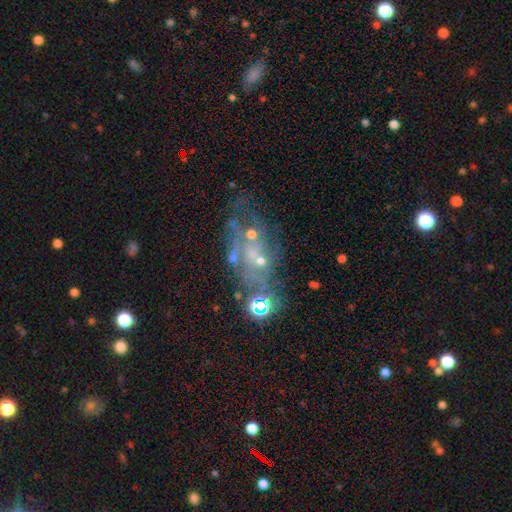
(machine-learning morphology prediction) smooth-or-featured: featured or disk: 60% | star or artifact: 22% | smooth: 18%
  disk-edge-on: no: 94% | yes: 6%
    bar: no: 85% | weak: 11% | strong: 4%
    has-spiral-arms: no: 72% | yes: 28%
    bulge-size: small: 52% | none: 29% | moderate: 15% | large: 2% | dominant: 1%
  merging: none: 42% | major disturbance: 23% | minor disturbance: 19% | merger: 17%